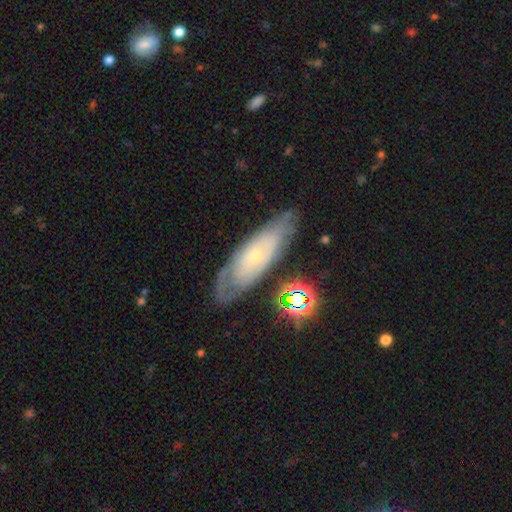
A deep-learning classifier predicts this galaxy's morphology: Overall: featured or disk (67%). Edge-on disk: no (81%). Bar: no (80%). Spiral arms: yes (72%). Bulge size: small (77%). Merging: none (72%).